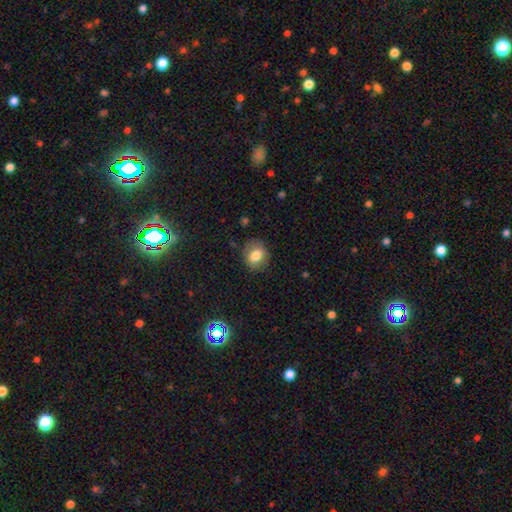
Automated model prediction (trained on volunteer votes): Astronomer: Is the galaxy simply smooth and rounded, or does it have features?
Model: smooth — 78%.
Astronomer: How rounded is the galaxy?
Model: round — 56% (runner-up: in between, 43%).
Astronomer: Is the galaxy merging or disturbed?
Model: none — 81%.